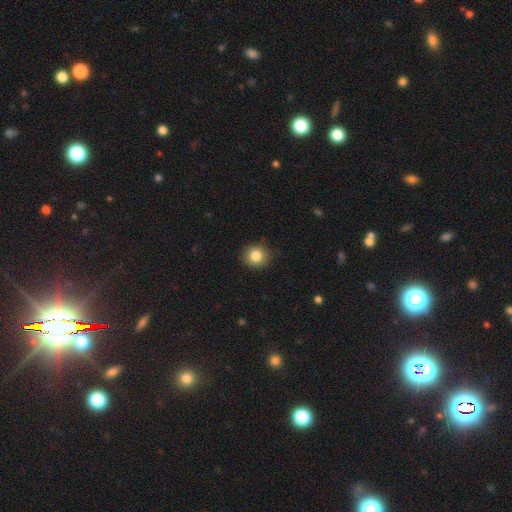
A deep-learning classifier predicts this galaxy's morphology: Smooth or featured? smooth (84%)
How rounded? round (88%)
Merging? none (89%)